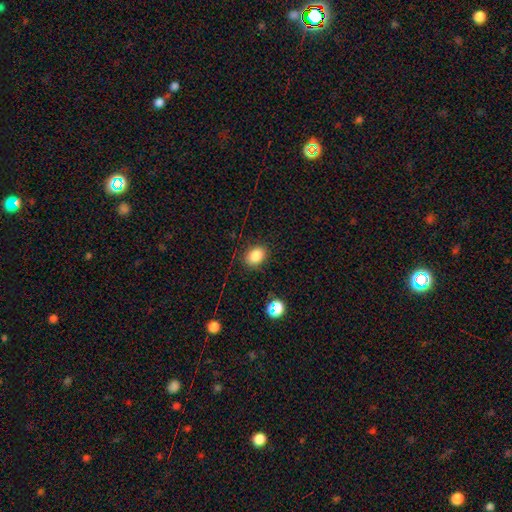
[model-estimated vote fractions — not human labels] This appears to be a smooth galaxy with no disk features (83%) that is in between round and cigar-shaped (62%). Merging: none (84%).